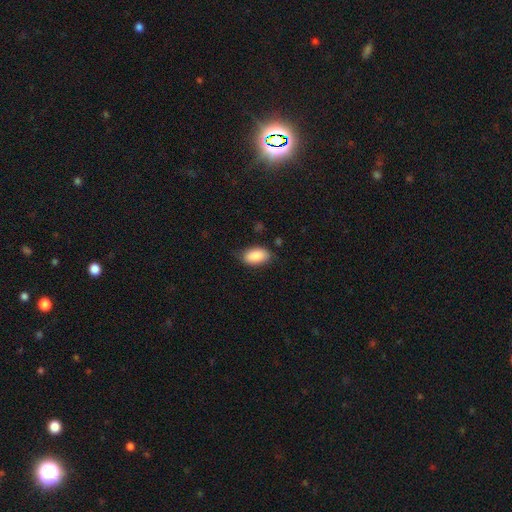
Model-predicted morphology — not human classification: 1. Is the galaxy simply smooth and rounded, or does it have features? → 88% smooth, 6% star or artifact, 6% featured or disk.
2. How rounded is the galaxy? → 94% in between, 4% round, 2% cigar-shaped.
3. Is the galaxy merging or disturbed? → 79% none, 17% minor disturbance, 3% major disturbance, 1% merger.